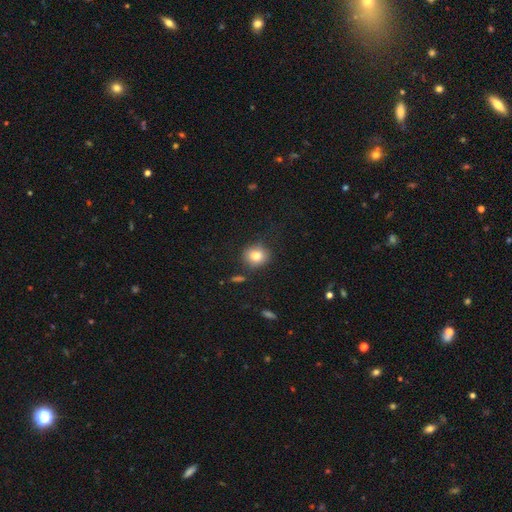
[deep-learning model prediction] Overall: smooth (78%). How rounded: round (85%). Merging: none (81%).